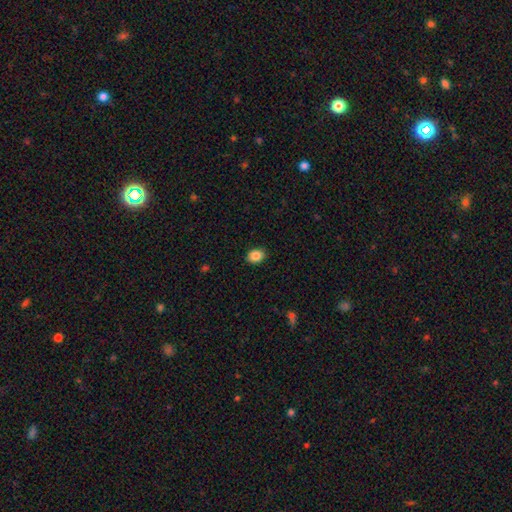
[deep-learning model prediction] The model was most divided on "how rounded": in between: 64%, round: 35%, cigar-shaped: 1%. More confident: merging — none (88%); smooth or featured — smooth (87%).